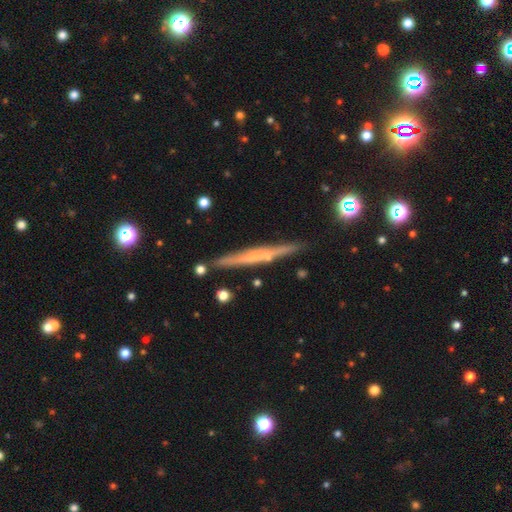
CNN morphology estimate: Overall: featured or disk (59%; smooth 34%). Edge-on disk: yes (96%). Edge-on bulge: none (64%; rounded 26%). Merging: none (85%).